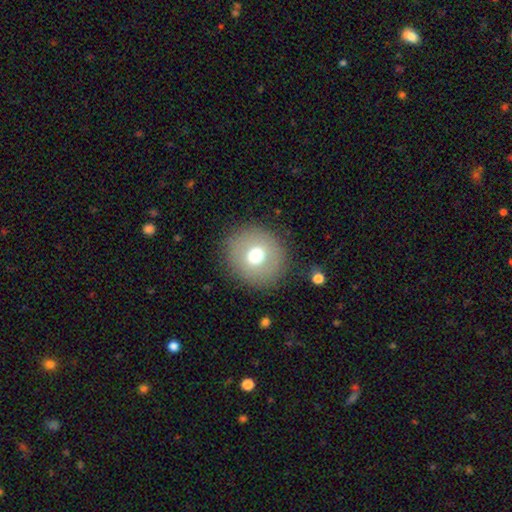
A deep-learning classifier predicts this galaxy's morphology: Smooth or featured? Predicted: smooth (p=0.69). How rounded? Predicted: round (p=0.88). Merging? Predicted: none (p=0.87).